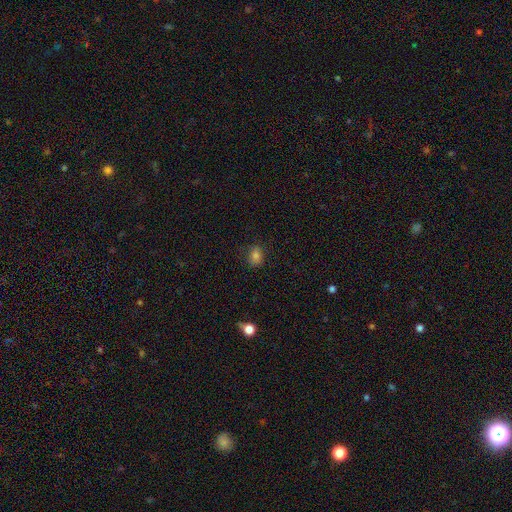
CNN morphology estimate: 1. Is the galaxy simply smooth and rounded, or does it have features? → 78% smooth, 13% star or artifact, 8% featured or disk.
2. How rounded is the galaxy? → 55% in between, 43% round, 1% cigar-shaped.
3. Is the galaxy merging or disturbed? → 80% none, 15% minor disturbance, 4% major disturbance, 1% merger.